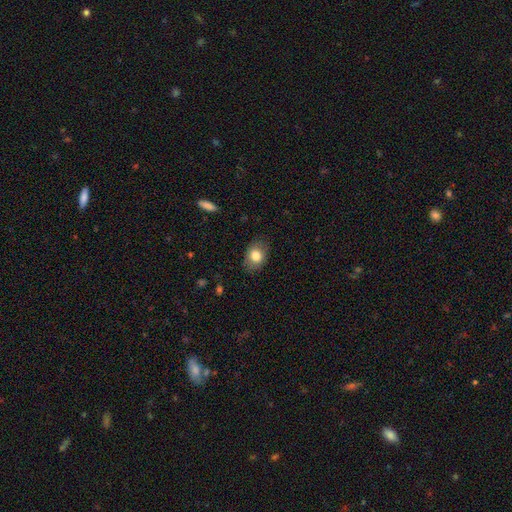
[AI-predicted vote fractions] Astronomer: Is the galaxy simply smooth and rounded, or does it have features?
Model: smooth — 79%.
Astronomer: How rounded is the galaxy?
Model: in between — 74%.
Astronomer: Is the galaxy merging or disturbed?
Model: none — 82%.